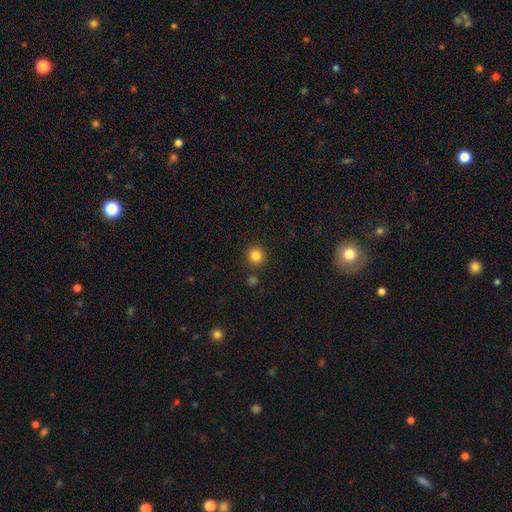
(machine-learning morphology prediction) A smooth galaxy with no disk features (84%) that is round (94%). Merging: none (86%).